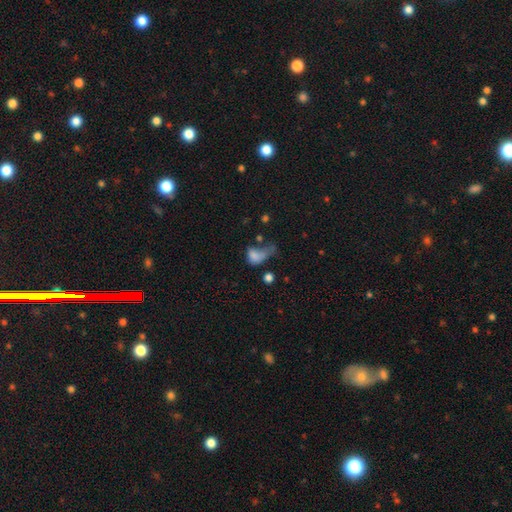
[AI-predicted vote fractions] Smooth or featured? Predicted: smooth (p=0.69). How rounded? Predicted: in between (p=0.76). Merging? Predicted: major disturbance (p=0.53).